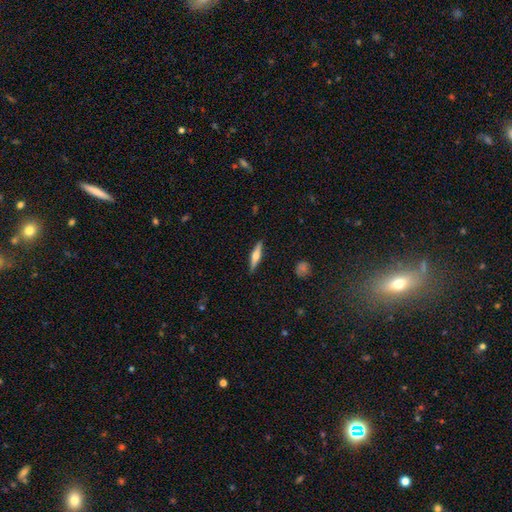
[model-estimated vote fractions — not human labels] A featured or disk galaxy (54%) viewed edge-on (96%) with a rounded central bulge (90%).

Vote fractions:
- Smooth or featured? featured or disk: 54% / smooth: 40% / star or artifact: 6%
- Edge-on disk? yes: 96% / no: 4%
- Edge-on bulge? rounded: 90% / boxy: 5% / none: 4%
- Merging? none: 89% / minor disturbance: 8% / major disturbance: 2% / merger: 1%